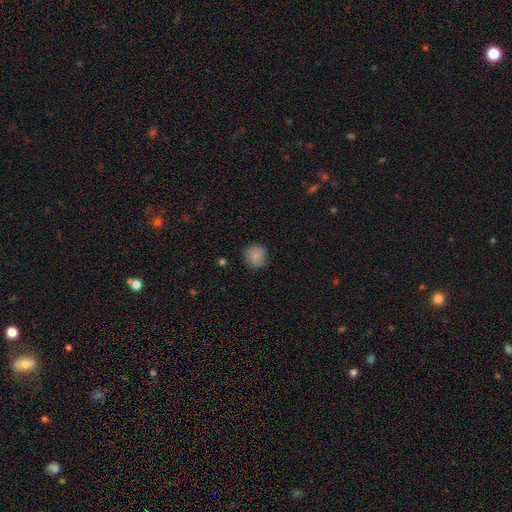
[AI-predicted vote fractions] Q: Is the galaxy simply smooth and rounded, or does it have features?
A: smooth — 79%.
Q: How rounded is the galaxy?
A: round — 83%.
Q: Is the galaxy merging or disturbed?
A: none — 75%.